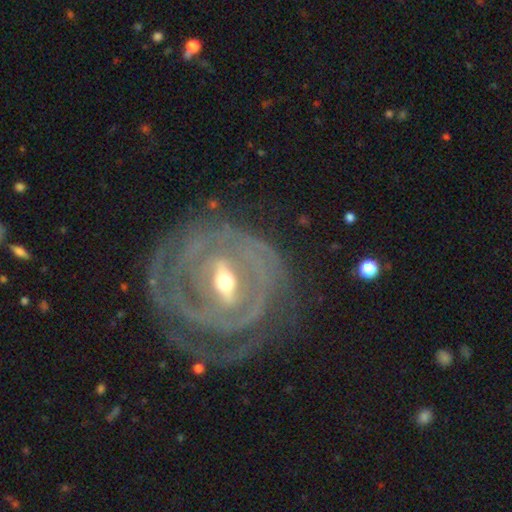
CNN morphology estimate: A featured or disk galaxy (88%) with a strong bar (53%), tight (81%) spiral arms (87%) and a moderate central bulge (57%).

Vote fractions:
- Smooth or featured? featured or disk: 88% / smooth: 7% / star or artifact: 5%
- Edge-on disk? no: 94% / yes: 6%
- Bar? strong: 53% / weak: 35% / no: 12%
- Spiral arms? yes: 87% / no: 13%
- Spiral winding? tight: 81% / medium: 15% / loose: 4%
- Spiral arm count? can't tell: 40% / 2: 21% / 3: 15% / 4: 9% / 1: 8% / more than 4: 8%
- Bulge size? moderate: 57% / small: 38% / large: 4% / none: 1% / dominant: 1%
- Merging? none: 69% / minor disturbance: 17% / major disturbance: 12% / merger: 2%